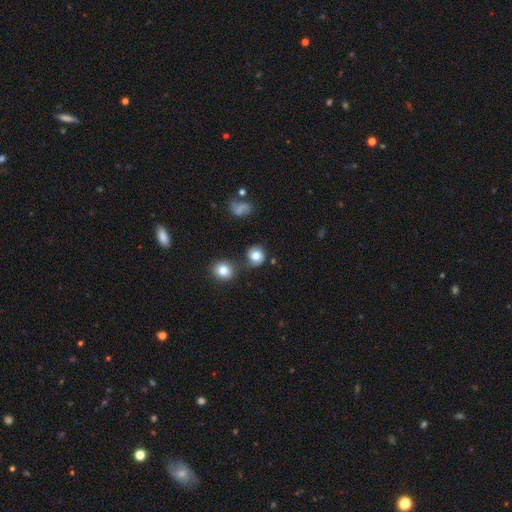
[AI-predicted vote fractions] smooth 78%, featured or disk 11%, star or artifact 11%. Down the decision tree: how rounded — round (86%); merging — none (68%).